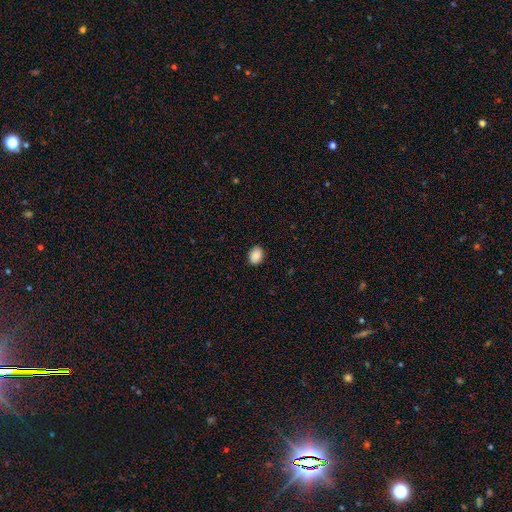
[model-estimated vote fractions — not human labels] Smooth or featured?
  - smooth: 89% *
  - star or artifact: 8%
  - featured or disk: 3%
How rounded?
  - in between: 64% *
  - round: 35%
  - cigar-shaped: 1%
Merging?
  - none: 88% *
  - minor disturbance: 9%
  - major disturbance: 2%
  - merger: 1%